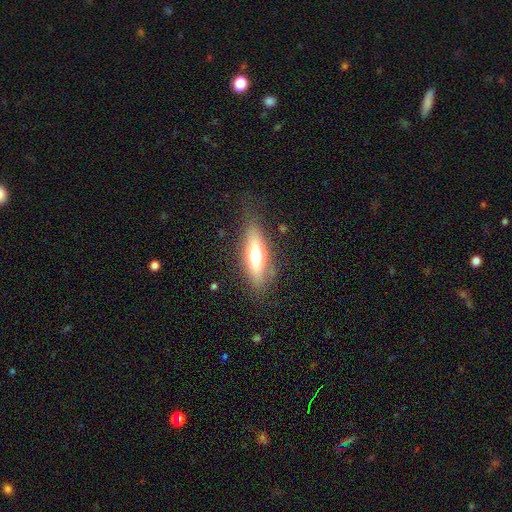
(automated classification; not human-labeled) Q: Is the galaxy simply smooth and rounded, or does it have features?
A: smooth — 54%.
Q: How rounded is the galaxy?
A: in between — 50%.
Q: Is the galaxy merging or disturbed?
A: none — 77%.